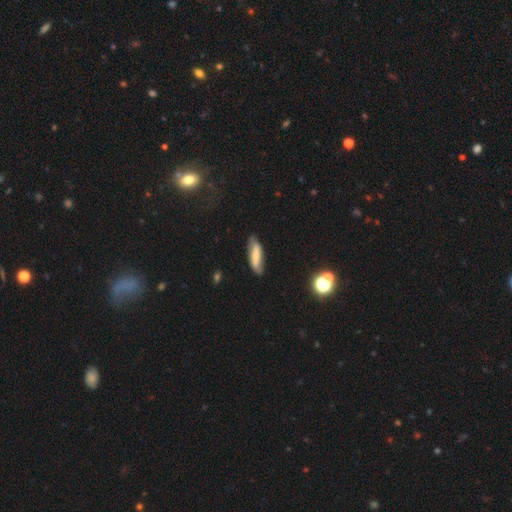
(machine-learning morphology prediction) Overall: smooth (58%; featured or disk 34%). How rounded: cigar-shaped (52%; in between 46%). Merging: none (72%).